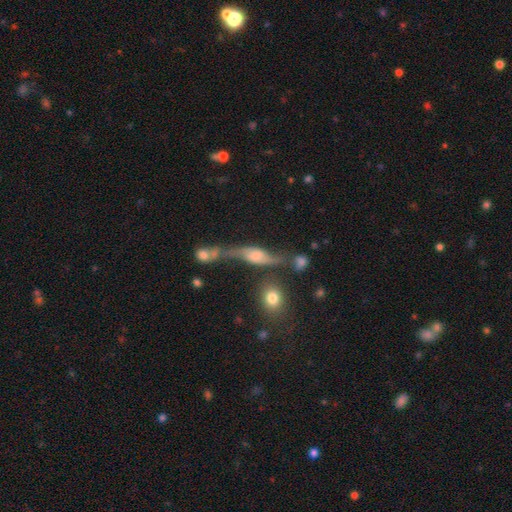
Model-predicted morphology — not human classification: smooth-or-featured: featured or disk: 70% | smooth: 20% | star or artifact: 10%
  disk-edge-on: no: 58% | yes: 42%
  merging: none: 37% | merger: 24% | minor disturbance: 20% | major disturbance: 18%